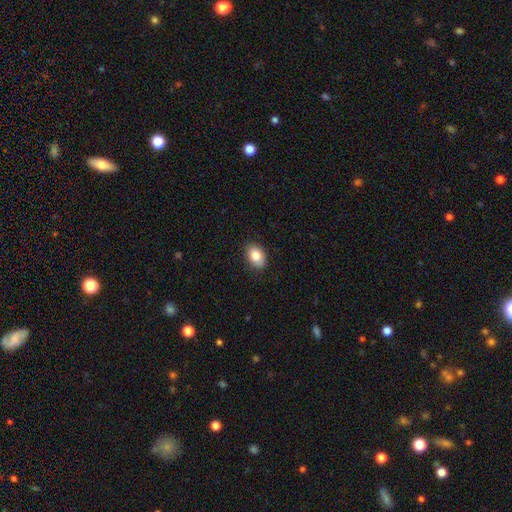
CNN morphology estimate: This is clearly a smooth galaxy (85%). How rounded: clearly in between (85%). Merging: clearly none (87%).